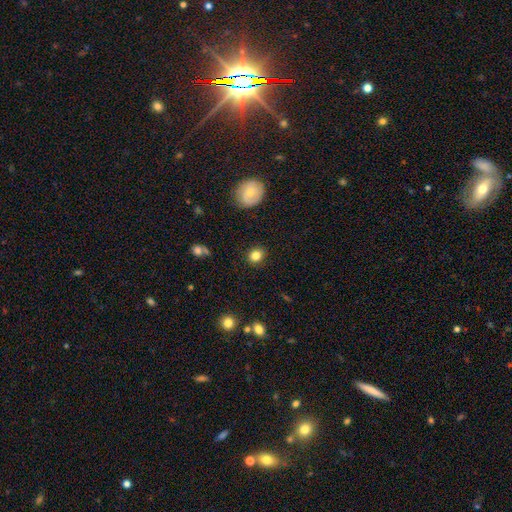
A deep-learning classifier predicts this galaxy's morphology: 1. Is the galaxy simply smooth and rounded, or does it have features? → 84% smooth, 10% star or artifact, 6% featured or disk.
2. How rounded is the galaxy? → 74% round, 25% in between, 1% cigar-shaped.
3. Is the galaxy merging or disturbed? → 89% none, 8% minor disturbance, 2% major disturbance, 1% merger.